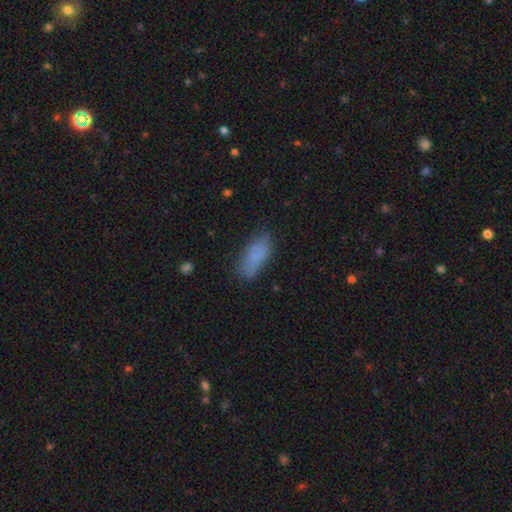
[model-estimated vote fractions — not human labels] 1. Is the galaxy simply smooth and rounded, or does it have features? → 81% smooth, 10% featured or disk, 9% star or artifact.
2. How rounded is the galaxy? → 79% in between, 19% cigar-shaped, 3% round.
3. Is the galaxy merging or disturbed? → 73% none, 19% minor disturbance, 6% major disturbance, 2% merger.